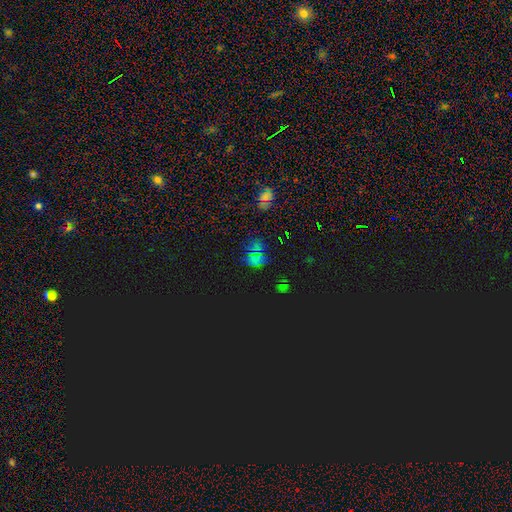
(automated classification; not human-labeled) This appears to be a star or artifact, not a galaxy (60%).